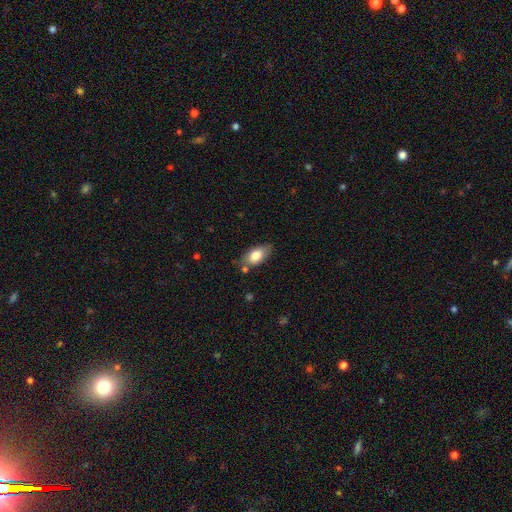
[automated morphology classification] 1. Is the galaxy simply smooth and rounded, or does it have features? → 78% smooth, 15% featured or disk, 7% star or artifact.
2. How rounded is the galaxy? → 90% in between, 5% cigar-shaped, 5% round.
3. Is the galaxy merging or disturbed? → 72% none, 18% minor disturbance, 6% merger, 4% major disturbance.